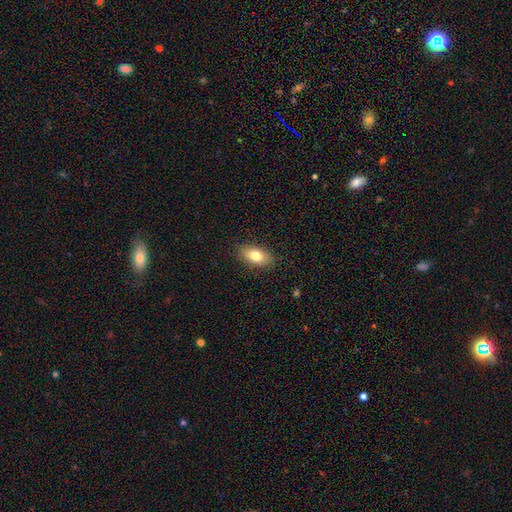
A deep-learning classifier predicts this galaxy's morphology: The model was most divided on "smooth or featured": smooth: 78%, featured or disk: 14%, star or artifact: 8%. More confident: how rounded — in between (88%); merging — none (87%).